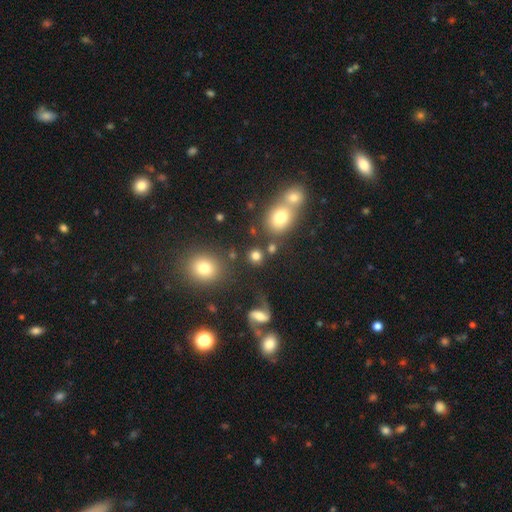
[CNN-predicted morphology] The model was most divided on "merging": none: 69%, merger: 15%, minor disturbance: 10%, major disturbance: 7%. More confident: how rounded — round (82%); smooth or featured — smooth (76%).